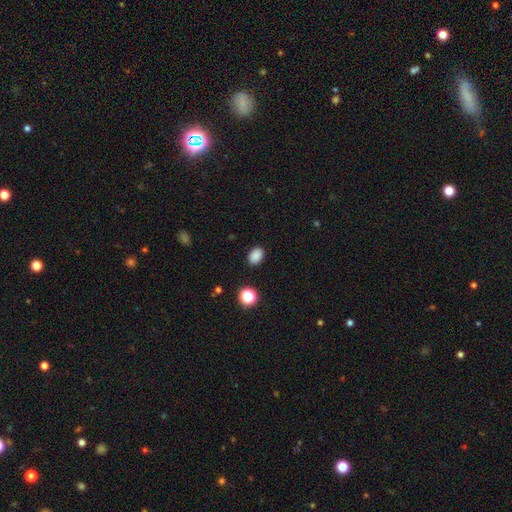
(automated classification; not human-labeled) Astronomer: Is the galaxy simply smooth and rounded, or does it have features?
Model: smooth — 86%.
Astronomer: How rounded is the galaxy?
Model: in between — 75%.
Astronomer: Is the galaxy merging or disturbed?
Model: none — 88%.